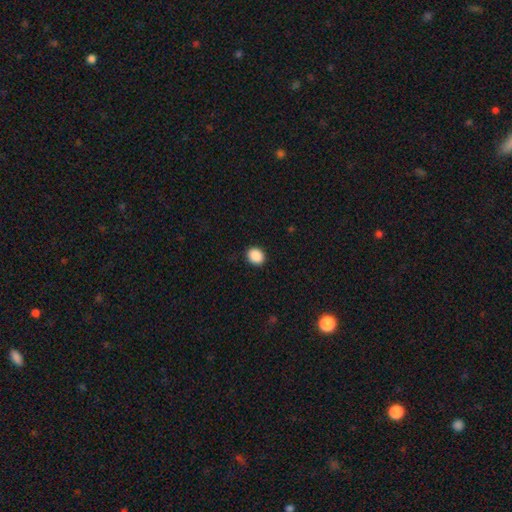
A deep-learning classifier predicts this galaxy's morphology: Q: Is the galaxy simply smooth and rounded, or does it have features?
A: smooth — 90%.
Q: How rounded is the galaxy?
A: round — 58%.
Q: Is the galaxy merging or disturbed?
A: none — 91%.